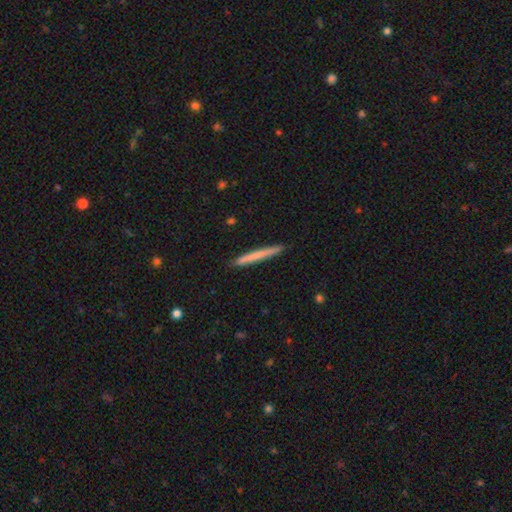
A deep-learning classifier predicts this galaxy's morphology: type=smooth (67%); roundness=cigar-shaped (97%); merging=none (90%).